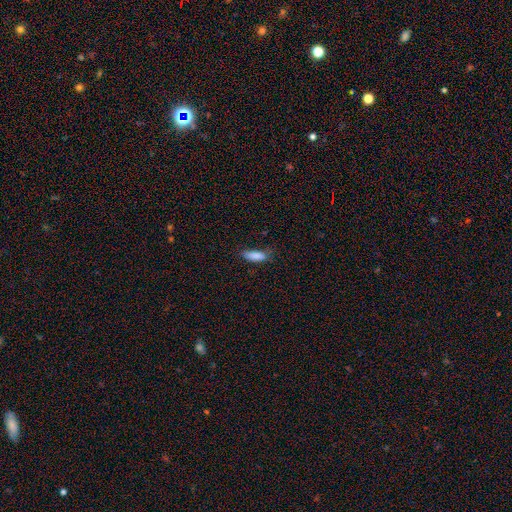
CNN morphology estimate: type=smooth (85%); roundness=in between (60%); merging=none (61%).